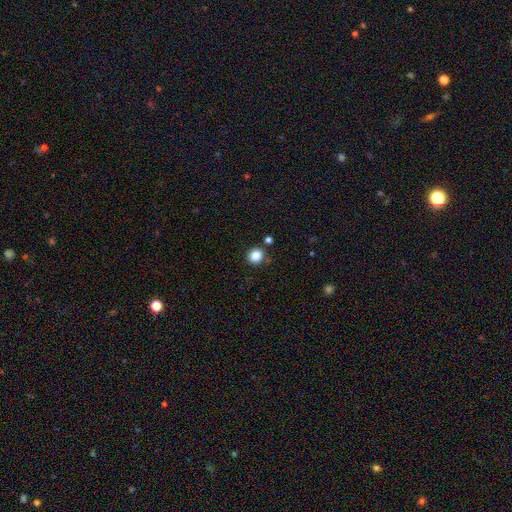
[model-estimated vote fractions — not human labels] Smooth or featured? Predicted: smooth (p=0.86). How rounded? Predicted: round (p=0.81). Merging? Predicted: none (p=0.84).